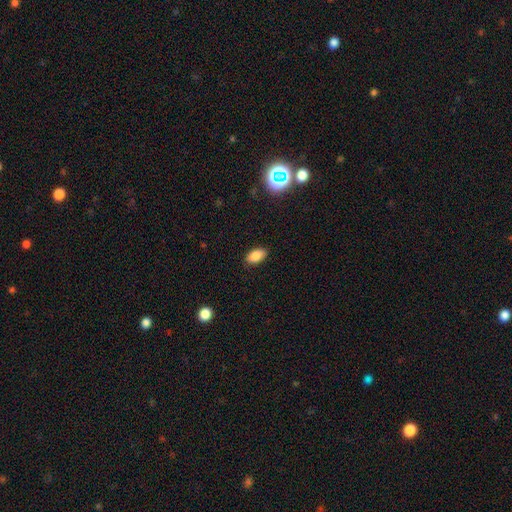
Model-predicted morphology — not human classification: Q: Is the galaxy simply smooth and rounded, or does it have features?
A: smooth — 85%.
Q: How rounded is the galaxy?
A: in between — 92%.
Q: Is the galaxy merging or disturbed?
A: none — 87%.